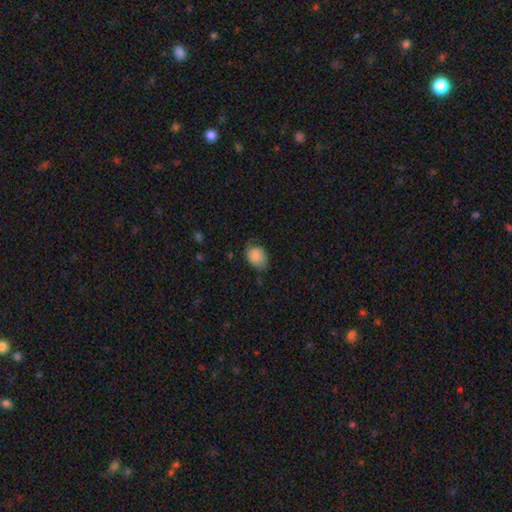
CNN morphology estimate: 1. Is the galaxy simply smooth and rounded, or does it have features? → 81% smooth, 12% featured or disk, 8% star or artifact.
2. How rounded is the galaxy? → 70% in between, 29% round, 1% cigar-shaped.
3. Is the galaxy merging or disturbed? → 54% none, 34% minor disturbance, 10% major disturbance, 1% merger.